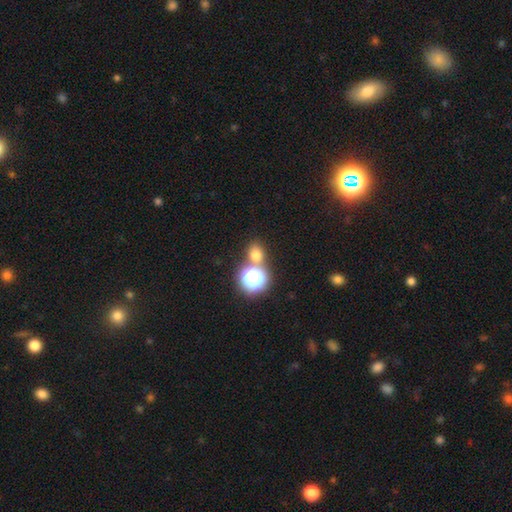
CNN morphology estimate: A smooth galaxy with no disk features (67%) that is round (69%).

Vote fractions:
- Smooth or featured? smooth: 67% / star or artifact: 26% / featured or disk: 8%
- How rounded? round: 69% / in between: 30% / cigar-shaped: 1%
- Merging? none: 66% / merger: 22% / minor disturbance: 8% / major disturbance: 3%